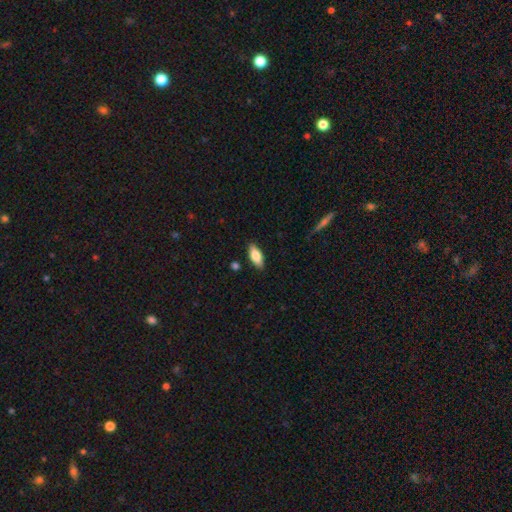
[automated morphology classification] Smooth or featured?
  - smooth: 79% *
  - featured or disk: 15%
  - star or artifact: 6%
How rounded?
  - in between: 81% *
  - cigar-shaped: 17%
  - round: 2%
Merging?
  - none: 87% *
  - minor disturbance: 10%
  - major disturbance: 2%
  - merger: 2%